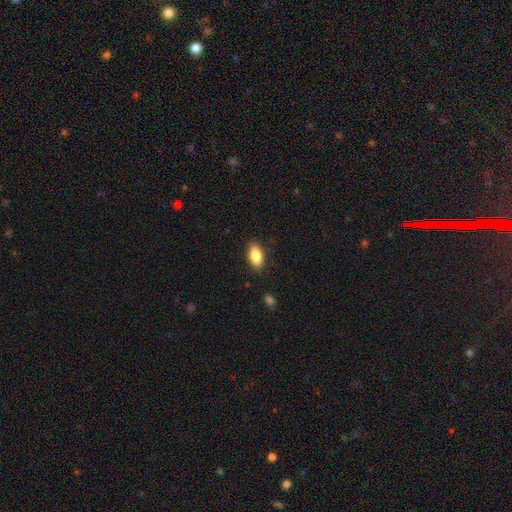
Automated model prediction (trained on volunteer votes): Smooth or featured?
  - smooth: 88% *
  - star or artifact: 7%
  - featured or disk: 5%
How rounded?
  - in between: 91% *
  - cigar-shaped: 5%
  - round: 4%
Merging?
  - none: 87% *
  - minor disturbance: 9%
  - major disturbance: 2%
  - merger: 1%